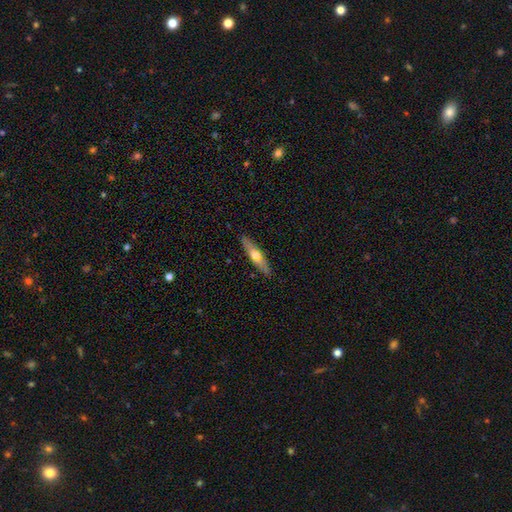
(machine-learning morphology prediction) Smooth or featured: featured or disk — 48% (smooth — 46%)
Merging: none — 87% (minor disturbance — 10%)